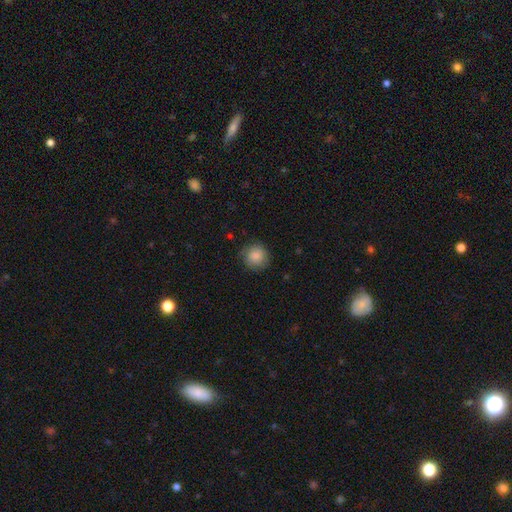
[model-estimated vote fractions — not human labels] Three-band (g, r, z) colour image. It shows a smooth galaxy with no disk features (85%) that is round (91%). Merging: none (81%).